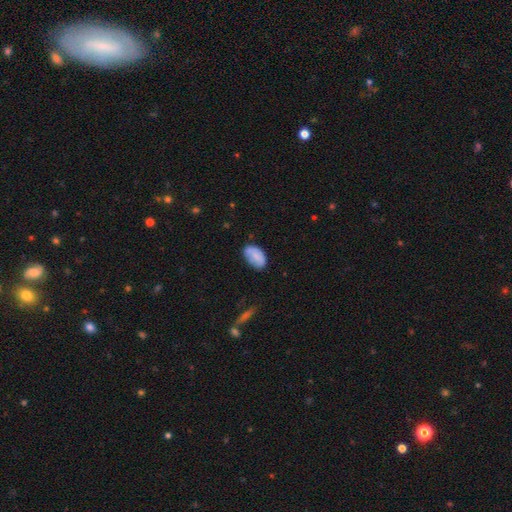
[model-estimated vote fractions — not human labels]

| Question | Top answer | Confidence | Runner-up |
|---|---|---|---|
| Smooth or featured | smooth | 78% | featured or disk (15%) |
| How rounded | in between | 93% | round (6%) |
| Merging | none | 63% | minor disturbance (28%) |